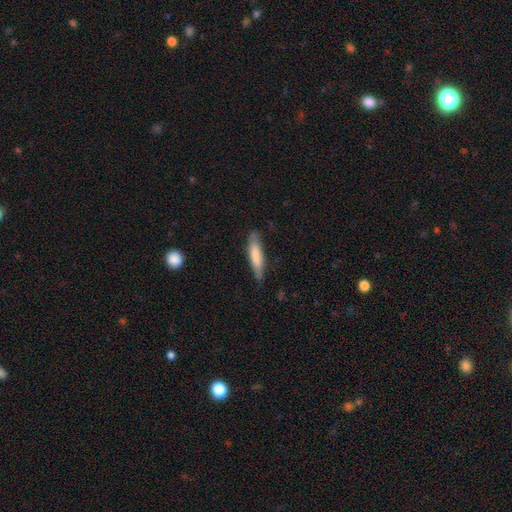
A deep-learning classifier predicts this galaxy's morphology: smooth-or-featured: smooth: 74% | featured or disk: 21% | star or artifact: 5%
  how-rounded: cigar-shaped: 81% | in between: 18% | round: 1%
  merging: none: 74% | minor disturbance: 21% | major disturbance: 4% | merger: 1%